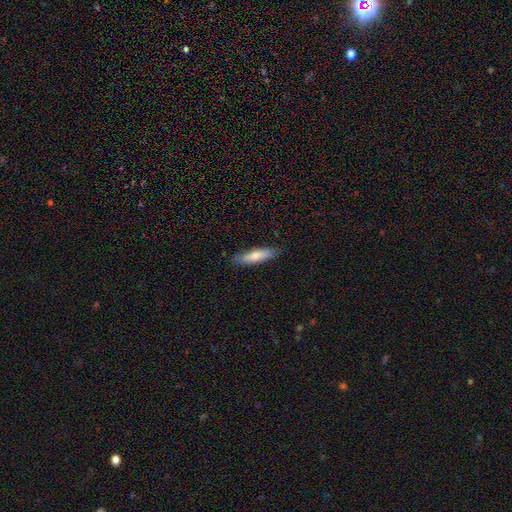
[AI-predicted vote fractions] Overall: smooth (75%). How rounded: cigar-shaped (71%). Merging: none (85%).